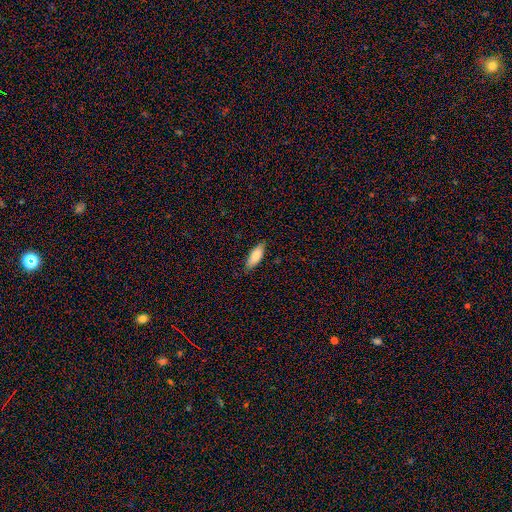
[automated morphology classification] type=smooth (82%); roundness=in between (69%); merging=none (83%).